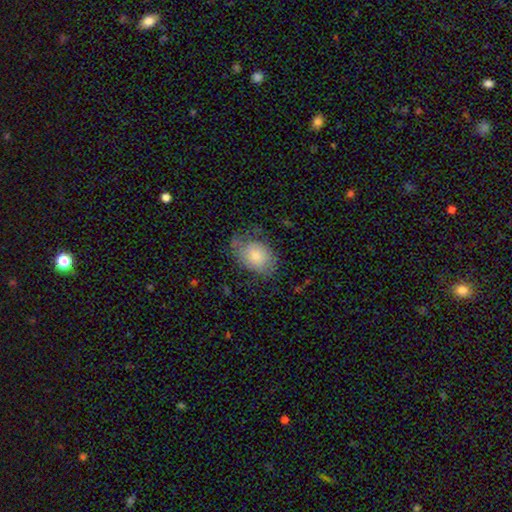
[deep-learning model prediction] Smooth or featured? Predicted: smooth (p=0.66). How rounded? Predicted: in between (p=0.74). Merging? Predicted: none (p=0.49).